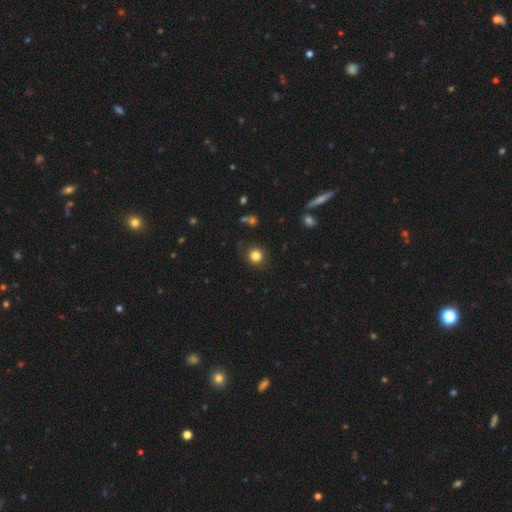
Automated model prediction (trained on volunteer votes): A smooth galaxy with no disk features (82%) that is round (89%). Merging: none (88%).